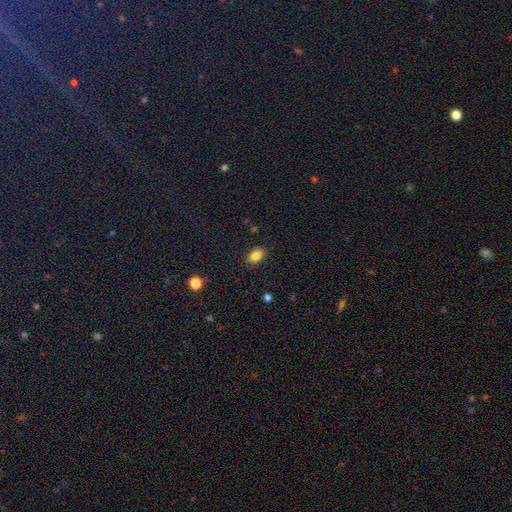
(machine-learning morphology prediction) Smooth or featured?
  - smooth: 85% *
  - star or artifact: 9%
  - featured or disk: 6%
How rounded?
  - in between: 85% *
  - round: 14%
  - cigar-shaped: 1%
Merging?
  - none: 87% *
  - minor disturbance: 9%
  - major disturbance: 2%
  - merger: 1%